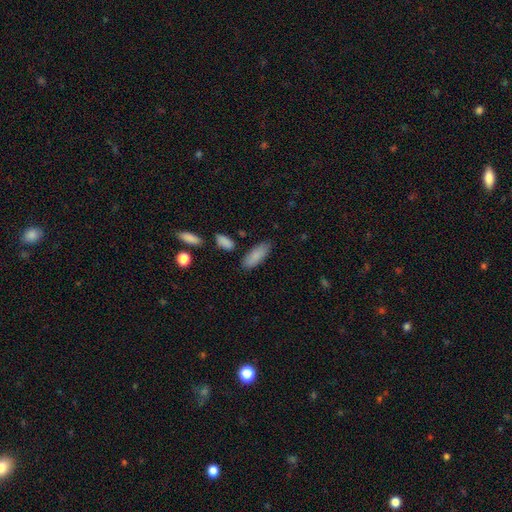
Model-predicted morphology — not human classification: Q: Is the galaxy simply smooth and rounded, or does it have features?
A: smooth — 86%.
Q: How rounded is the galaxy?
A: in between — 72%.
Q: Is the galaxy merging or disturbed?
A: none — 79%.